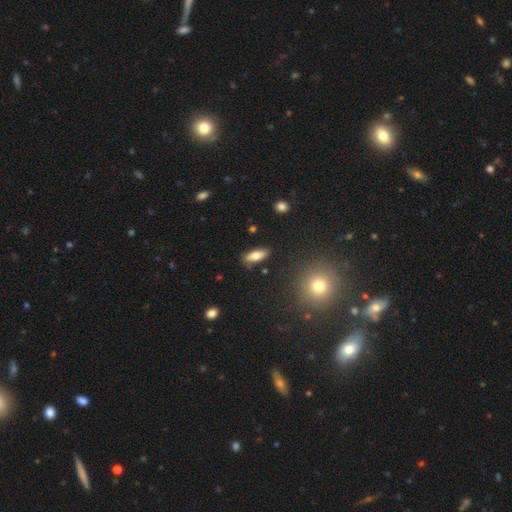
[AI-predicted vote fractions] This is likely a smooth galaxy (74%). How rounded: likely in between (66%). Merging: clearly none (83%).